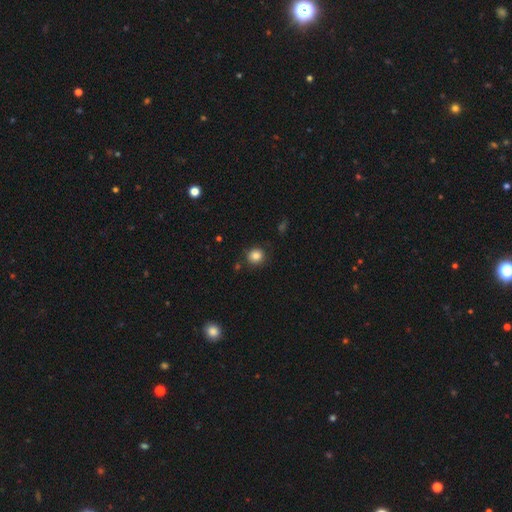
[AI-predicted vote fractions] smooth_or_featured: smooth (p=0.84) [alt: star or artifact p=0.11]
how_rounded: round (p=0.90) [alt: in between p=0.09]
merging: none (p=0.86) [alt: minor disturbance p=0.09]